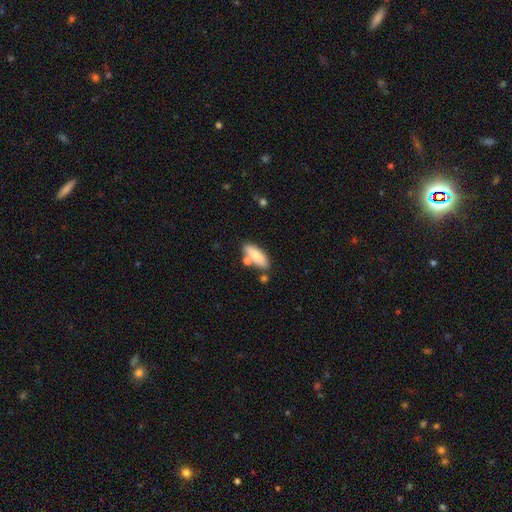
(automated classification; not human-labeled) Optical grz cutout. It shows a smooth galaxy with no disk features (78%) that is in between round and cigar-shaped (68%). Merging: none (69%).